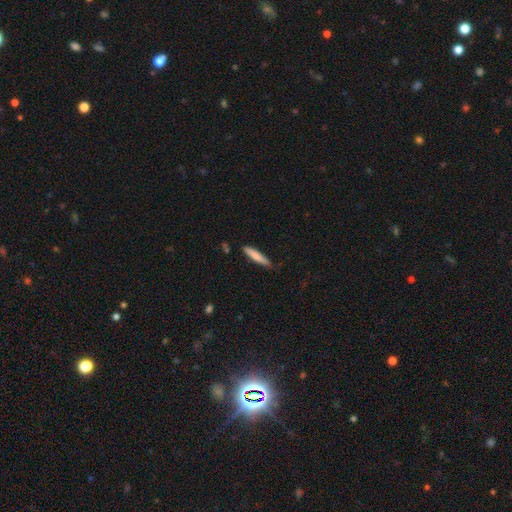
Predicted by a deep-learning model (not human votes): Smooth or featured: smooth — 77% (featured or disk — 17%)
How rounded: cigar-shaped — 90% (in between — 9%)
Merging: none — 81% (minor disturbance — 15%)